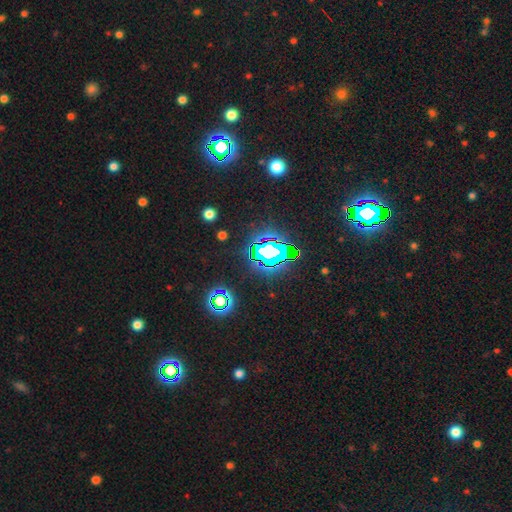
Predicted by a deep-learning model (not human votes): star or artifact 82%, smooth 11%, featured or disk 7%.